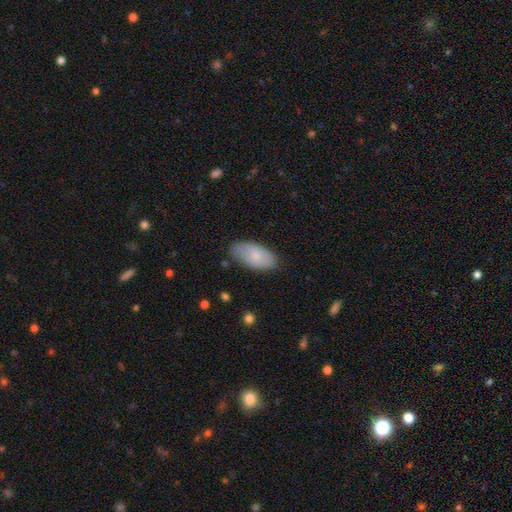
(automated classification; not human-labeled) smooth 75%, featured or disk 19%, star or artifact 6%. Down the decision tree: how rounded — in between (94%); merging — none (79%).